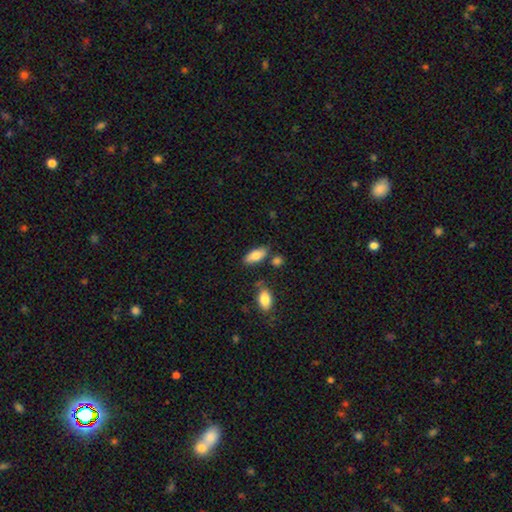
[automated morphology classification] A smooth galaxy with no disk features (81%) that is in between round and cigar-shaped (84%).

Vote fractions:
- Smooth or featured? smooth: 81% / featured or disk: 12% / star or artifact: 7%
- How rounded? in between: 84% / cigar-shaped: 13% / round: 2%
- Merging? none: 76% / minor disturbance: 14% / merger: 6% / major disturbance: 3%